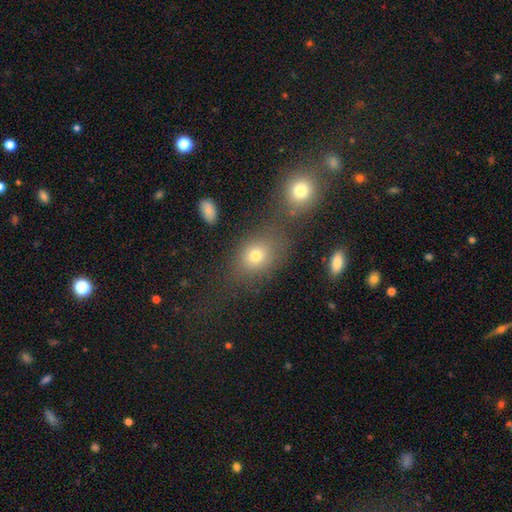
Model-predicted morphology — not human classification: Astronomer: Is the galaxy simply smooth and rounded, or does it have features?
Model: smooth — 73%.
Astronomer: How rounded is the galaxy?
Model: in between — 52% (runner-up: round, 46%).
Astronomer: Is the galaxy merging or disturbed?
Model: none — 62%.